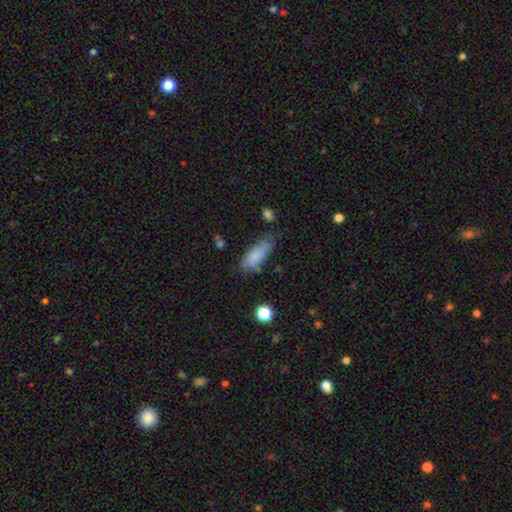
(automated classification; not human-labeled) Overall: smooth (82%). How rounded: in between (70%). Merging: none (62%; minor disturbance 27%).